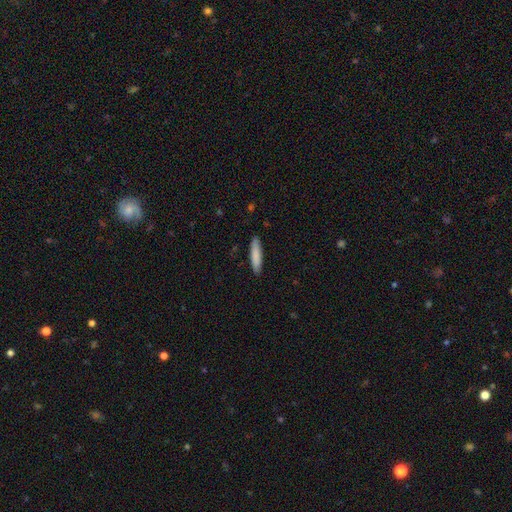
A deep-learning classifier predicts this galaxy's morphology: Smooth or featured?
  - smooth: 84% *
  - featured or disk: 10%
  - star or artifact: 5%
How rounded?
  - cigar-shaped: 83% *
  - in between: 16%
  - round: 1%
Merging?
  - none: 88% *
  - minor disturbance: 9%
  - major disturbance: 2%
  - merger: 1%